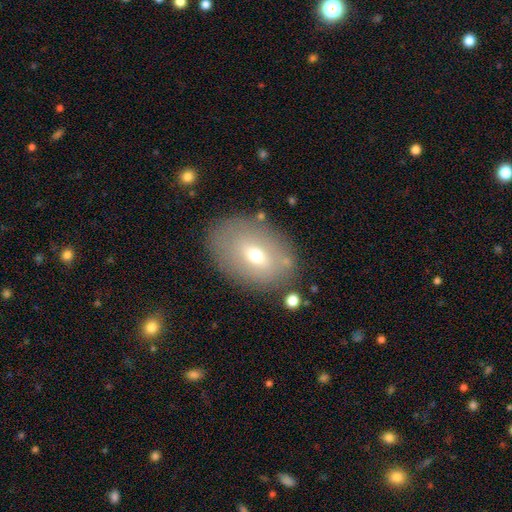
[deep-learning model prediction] smooth_or_featured: smooth (p=0.58) [alt: featured or disk p=0.32]
how_rounded: in between (p=0.79) [alt: round p=0.20]
merging: none (p=0.79) [alt: minor disturbance p=0.13]